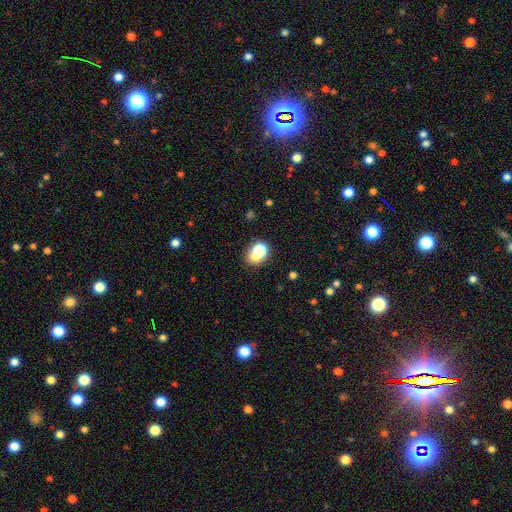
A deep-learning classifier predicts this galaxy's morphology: This appears to be a smooth galaxy with no disk features (68%) that is round (53%). Merging: none (47%).